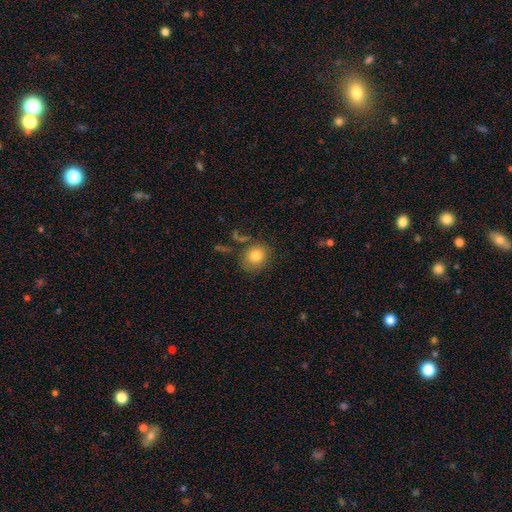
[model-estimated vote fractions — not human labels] Smooth or featured? Predicted: smooth (p=0.80). How rounded? Predicted: round (p=0.77). Merging? Predicted: none (p=0.77).